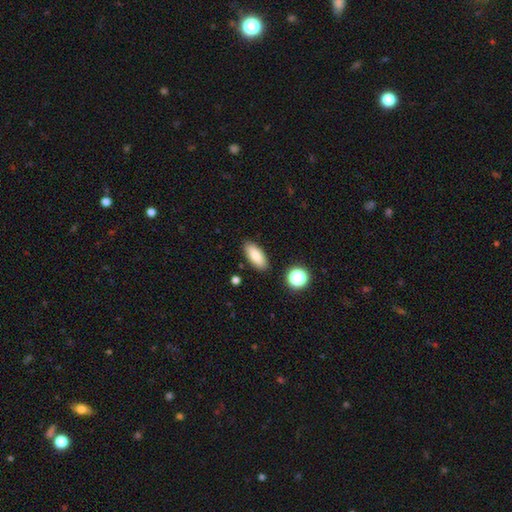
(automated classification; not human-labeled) Overall: smooth (82%). How rounded: in between (82%). Merging: none (87%).